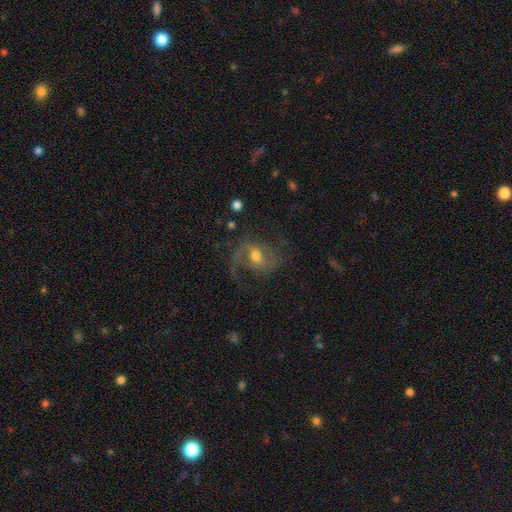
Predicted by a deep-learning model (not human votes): A featured or disk galaxy (78%) with no bar (46%), 2 (73%) medium (44%) spiral arms (94%) and a moderate central bulge (65%).

Vote fractions:
- Smooth or featured? featured or disk: 78% / smooth: 11% / star or artifact: 11%
- Edge-on disk? no: 97% / yes: 3%
- Bar? no: 46% / weak: 41% / strong: 12%
- Spiral arms? yes: 94% / no: 6%
- Spiral winding? medium: 44% / loose: 43% / tight: 13%
- Spiral arm count? 2: 73% / 1: 15% / can't tell: 6% / 3: 3% / 4: 1% / more than 4: 1%
- Bulge size? moderate: 65% / small: 23% / large: 8% / none: 2% / dominant: 1%
- Merging? none: 64% / major disturbance: 18% / minor disturbance: 17% / merger: 2%